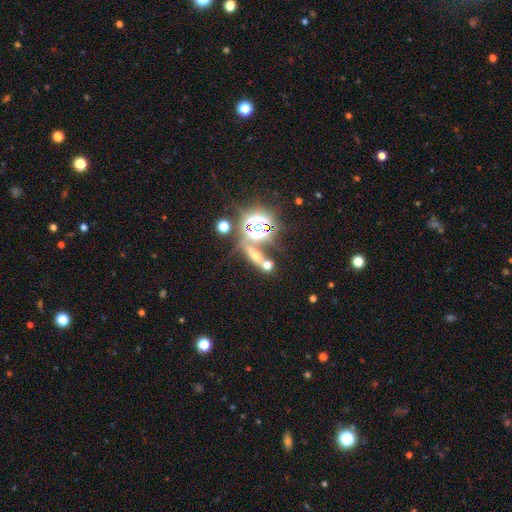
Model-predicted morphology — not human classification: A star or artifact, not a galaxy (46%).

Vote fractions:
- Smooth or featured? star or artifact: 46% / smooth: 27% / featured or disk: 26%